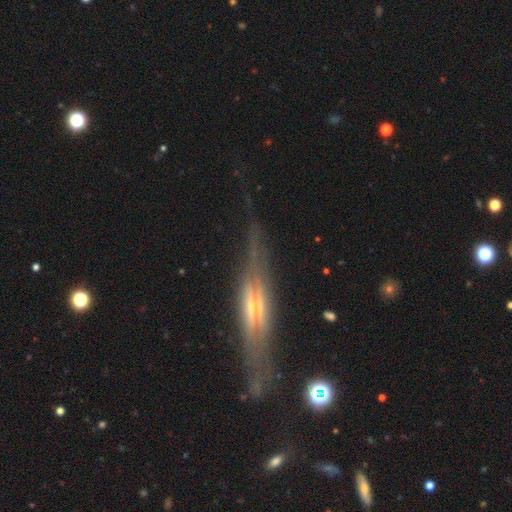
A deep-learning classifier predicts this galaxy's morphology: Smooth or featured? Predicted: featured or disk (p=0.79). Edge-on disk? Predicted: yes (p=0.89). Edge-on bulge? Predicted: rounded (p=0.70). Merging? Predicted: none (p=0.77).